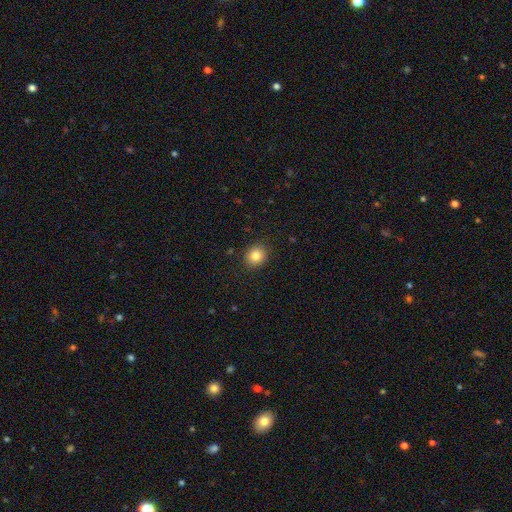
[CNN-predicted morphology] Q: Smooth or featured?
A: smooth (83%); runner-up: star or artifact (10%)
Q: How rounded?
A: round (73%); runner-up: in between (26%)
Q: Merging?
A: none (89%); runner-up: minor disturbance (8%)